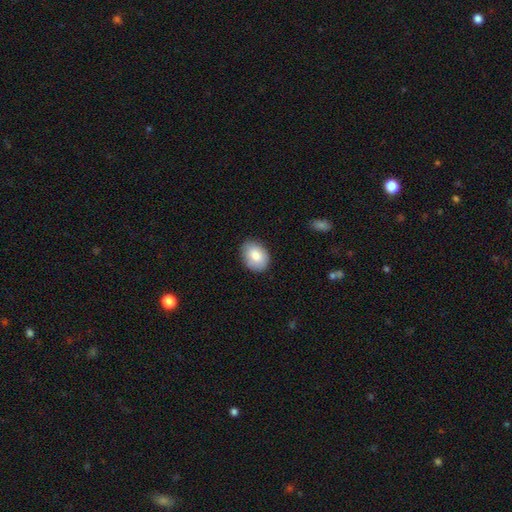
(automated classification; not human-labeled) A smooth galaxy with no disk features (84%) that is in between round and cigar-shaped (71%).

Vote fractions:
- Smooth or featured? smooth: 84% / featured or disk: 10% / star or artifact: 7%
- How rounded? in between: 71% / round: 28% / cigar-shaped: 1%
- Merging? none: 83% / minor disturbance: 13% / major disturbance: 3% / merger: 1%